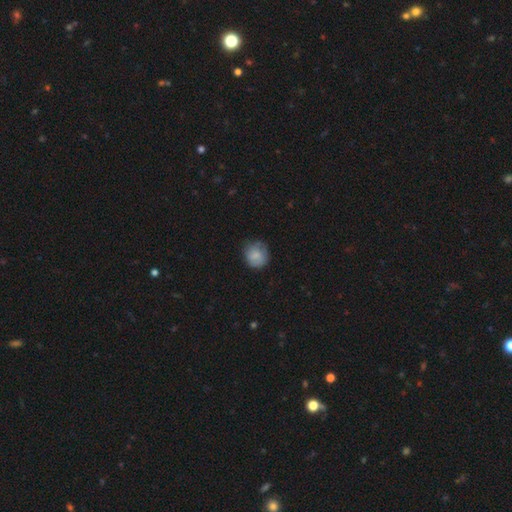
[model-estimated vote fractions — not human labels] Overall: smooth (77%). How rounded: round (83%). Merging: none (68%).